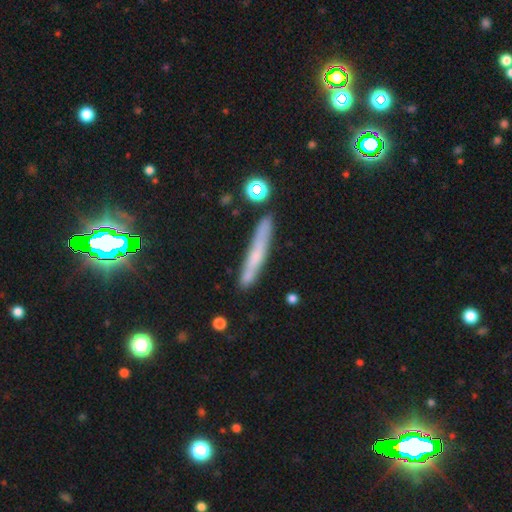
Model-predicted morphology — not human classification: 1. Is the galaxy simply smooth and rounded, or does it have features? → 49% smooth, 39% featured or disk, 12% star or artifact.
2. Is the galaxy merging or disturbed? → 79% none, 14% minor disturbance, 4% merger, 3% major disturbance.